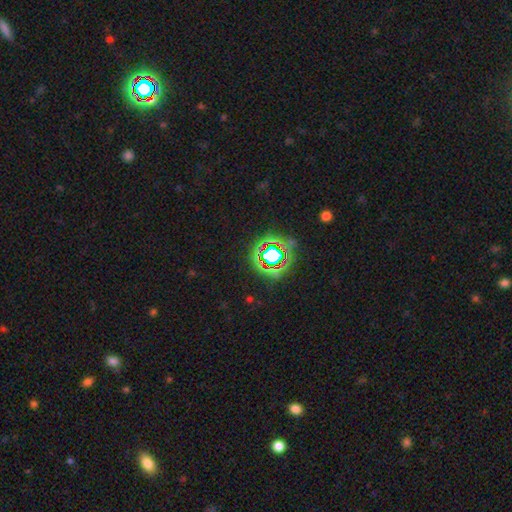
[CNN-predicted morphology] A star or artifact, not a galaxy (77%).

Vote fractions:
- Smooth or featured? star or artifact: 77% / smooth: 13% / featured or disk: 9%